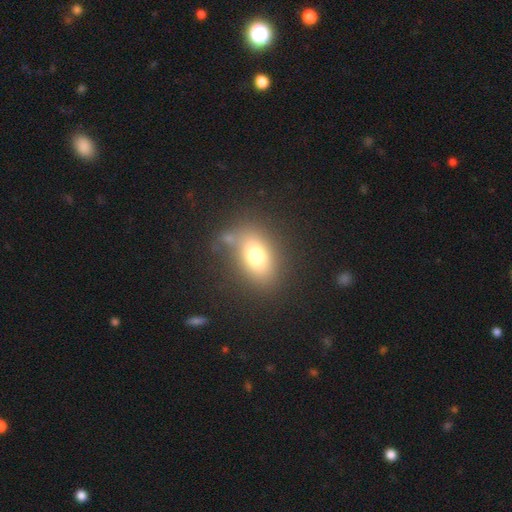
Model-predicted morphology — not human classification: This appears to be a smooth galaxy with no disk features (74%) that is in between round and cigar-shaped (76%). Merging: none (68%).